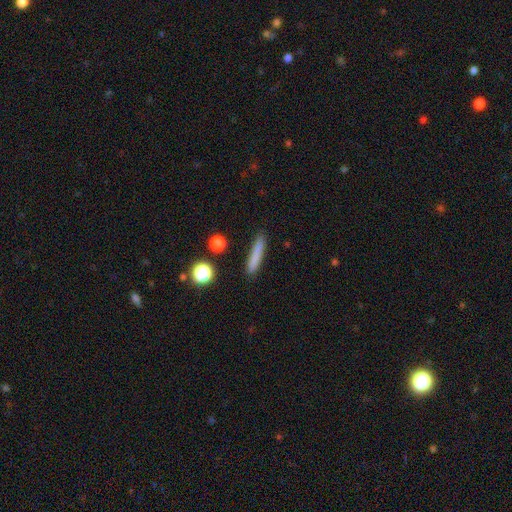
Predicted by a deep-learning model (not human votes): smooth-or-featured: smooth: 78% | featured or disk: 14% | star or artifact: 9%
  how-rounded: cigar-shaped: 92% | in between: 5% | round: 2%
  merging: none: 88% | minor disturbance: 8% | major disturbance: 2% | merger: 2%